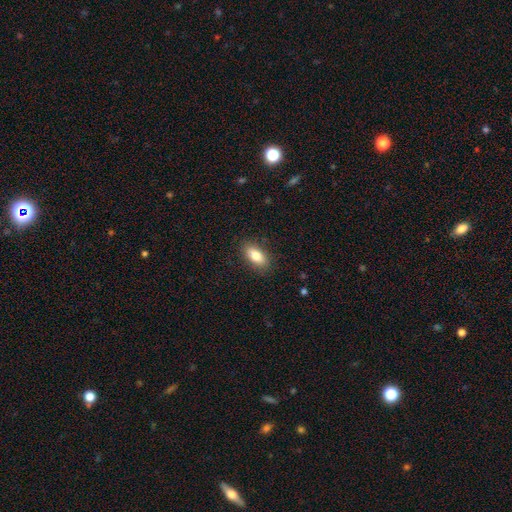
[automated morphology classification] Smooth or featured? smooth (81%)
How rounded? in between (86%)
Merging? none (87%)